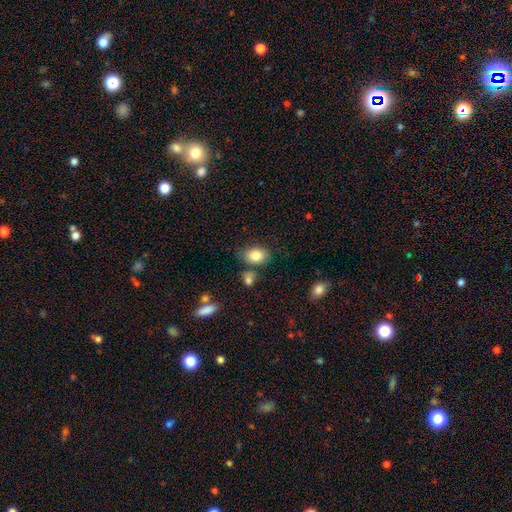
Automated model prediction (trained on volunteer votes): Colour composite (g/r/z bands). It shows a smooth galaxy with no disk features (84%) that is in between round and cigar-shaped (82%). Merging: none (65%).